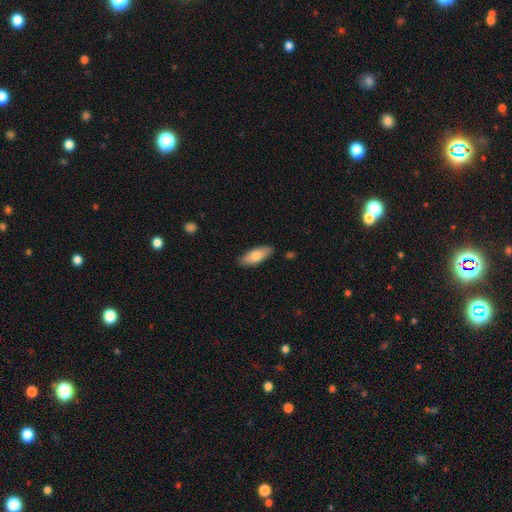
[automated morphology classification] The model was most divided on "how rounded": in between: 72%, cigar-shaped: 26%, round: 2%. More confident: merging — none (86%); smooth or featured — smooth (77%).